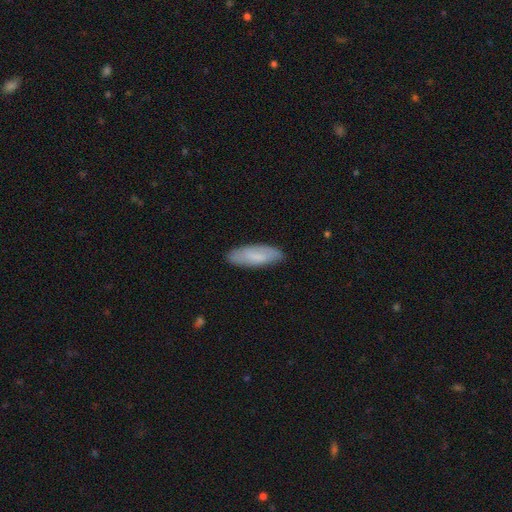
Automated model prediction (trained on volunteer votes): This appears to be a smooth galaxy with no disk features (72%) that is in between round and cigar-shaped (58%). Merging: none (85%).